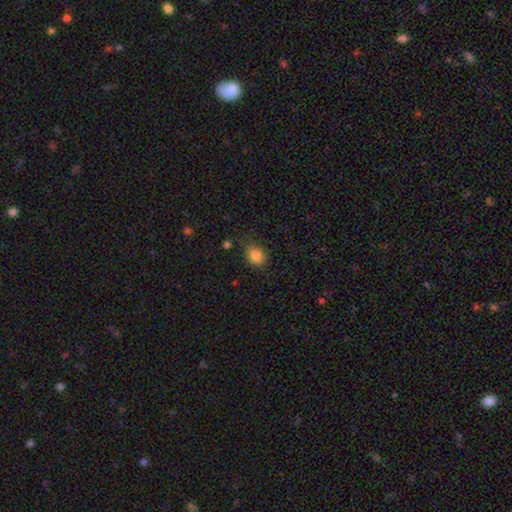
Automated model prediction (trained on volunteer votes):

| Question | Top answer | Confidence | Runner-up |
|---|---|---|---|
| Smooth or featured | smooth | 84% | star or artifact (10%) |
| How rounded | in between | 54% | round (45%) |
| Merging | none | 75% | minor disturbance (19%) |